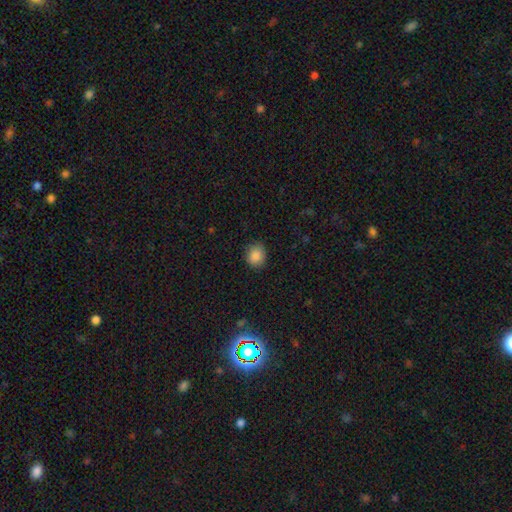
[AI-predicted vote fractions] Morphology: type=smooth (88%); roundness=round (64%); merging=none (85%).